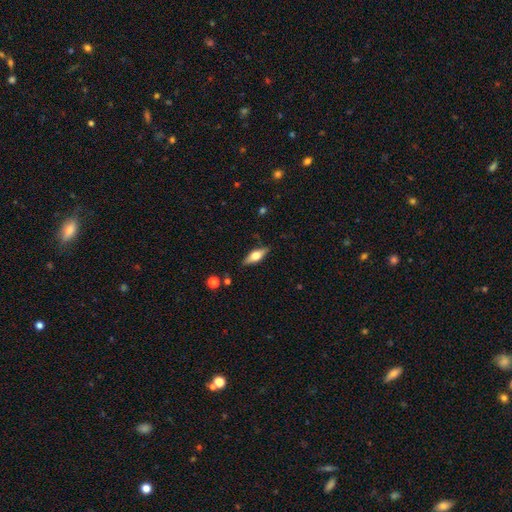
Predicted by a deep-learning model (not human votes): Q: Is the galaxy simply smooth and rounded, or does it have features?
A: featured or disk — 49%.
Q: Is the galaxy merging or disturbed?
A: none — 85%.